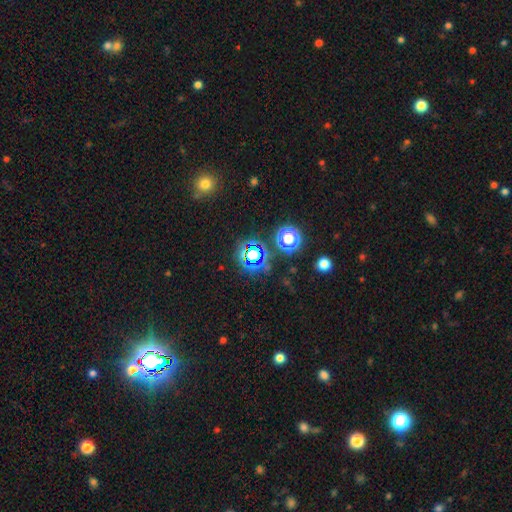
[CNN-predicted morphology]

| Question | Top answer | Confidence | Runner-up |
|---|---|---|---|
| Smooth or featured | star or artifact | 70% | smooth (21%) |